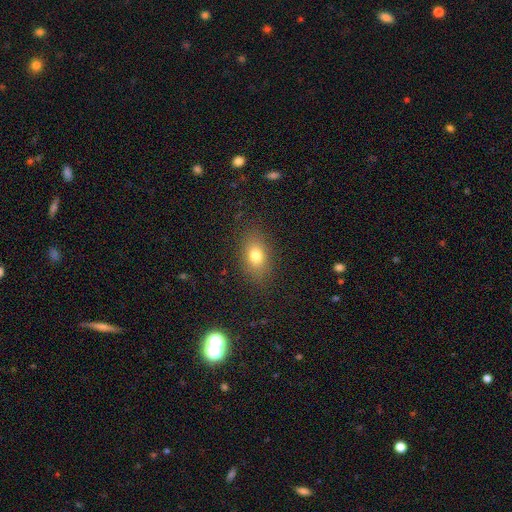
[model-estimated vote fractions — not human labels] Overall: smooth (77%). How rounded: in between (79%). Merging: none (85%).